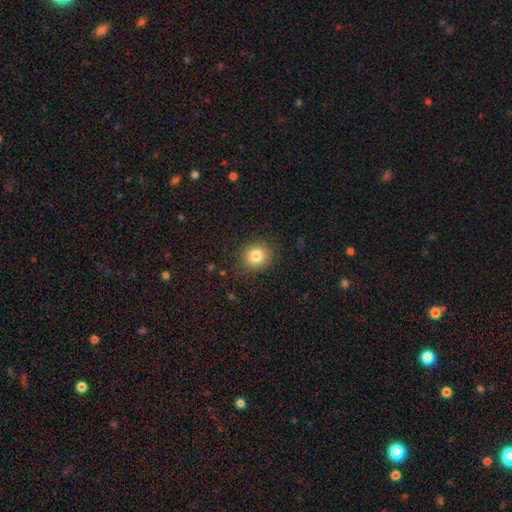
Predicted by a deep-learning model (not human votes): This appears to be a smooth galaxy with no disk features (81%) that is round (79%). Merging: none (87%).